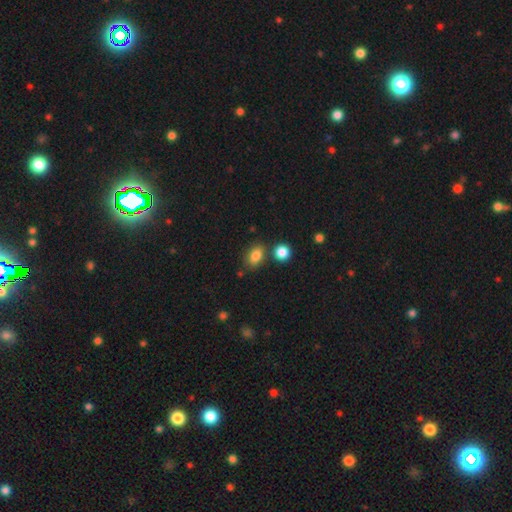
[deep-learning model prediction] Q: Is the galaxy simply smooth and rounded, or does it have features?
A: smooth — 84%.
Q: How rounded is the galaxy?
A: in between — 78%.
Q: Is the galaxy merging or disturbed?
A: none — 72%.